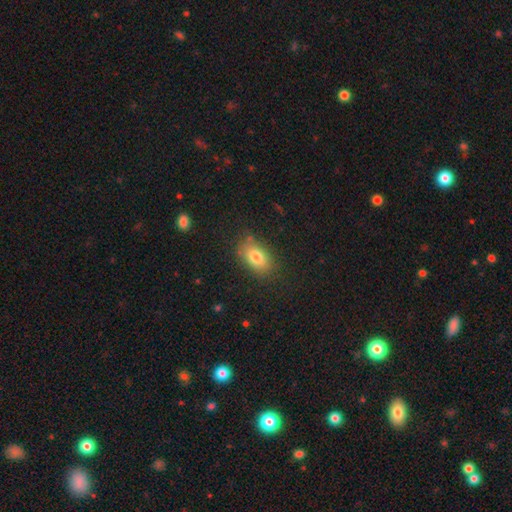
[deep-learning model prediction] smooth 80%, featured or disk 11%, star or artifact 9%. Down the decision tree: how rounded — in between (86%); merging — none (80%).